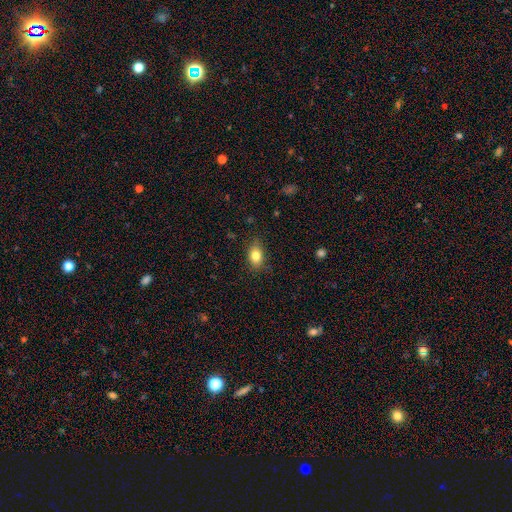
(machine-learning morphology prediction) This is clearly a smooth galaxy (80%). How rounded: likely in between (78%). Merging: clearly none (80%).